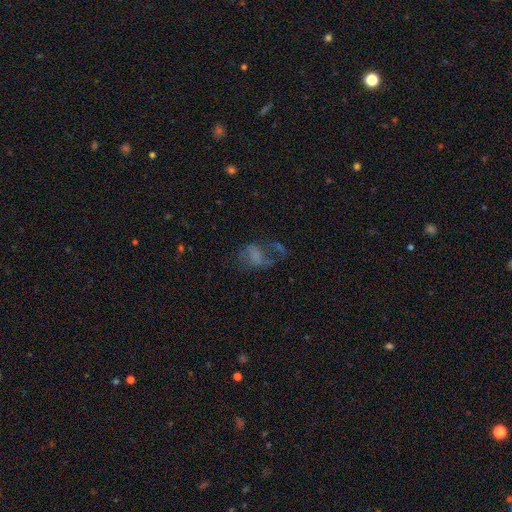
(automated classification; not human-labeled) A smooth galaxy with no disk features (42%).

Vote fractions:
- Smooth or featured? smooth: 42% / featured or disk: 39% / star or artifact: 19%
- Merging? major disturbance: 43% / none: 30% / minor disturbance: 18% / merger: 10%